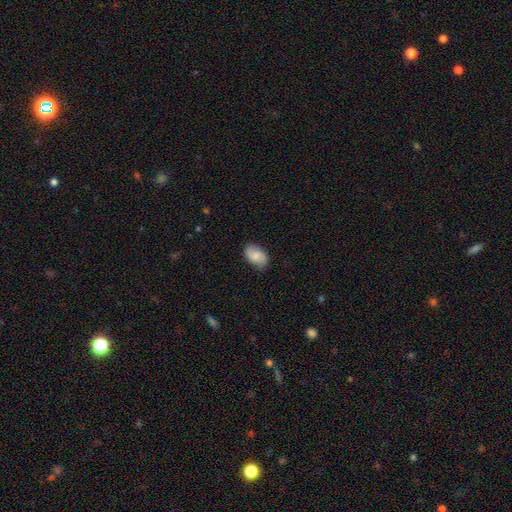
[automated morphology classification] The model was most divided on "smooth or featured": smooth: 62%, featured or disk: 30%, star or artifact: 8%. More confident: how rounded — in between (90%); merging — none (79%).